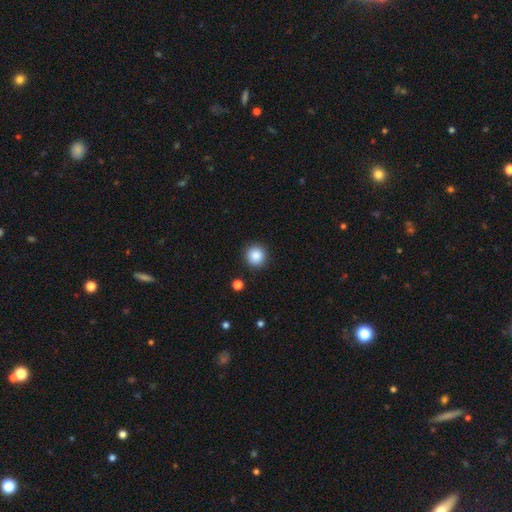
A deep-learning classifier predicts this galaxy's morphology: Overall: smooth (87%). How rounded: round (95%). Merging: none (91%).